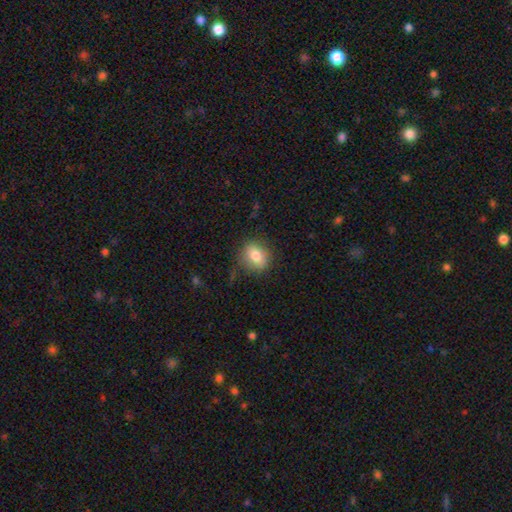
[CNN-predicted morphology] This appears to be a smooth galaxy with no disk features (78%) that is round (51%). Merging: none (79%).